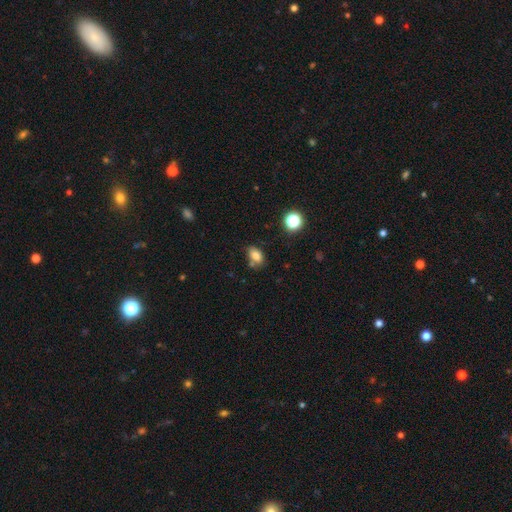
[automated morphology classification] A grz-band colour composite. It shows a smooth galaxy with no disk features (80%) that is in between round and cigar-shaped (81%). Merging: none (61%).